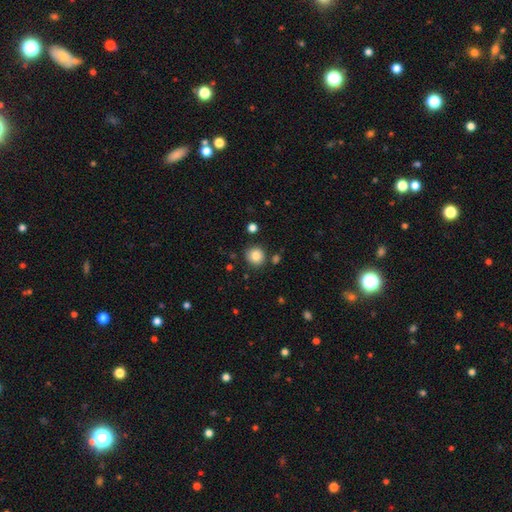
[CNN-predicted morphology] Overall: smooth (86%). How rounded: round (91%). Merging: none (85%).